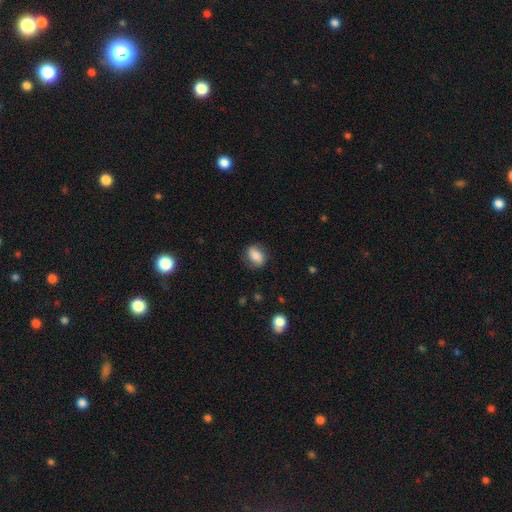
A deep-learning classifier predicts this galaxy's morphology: Q: Smooth or featured?
A: smooth (77%); runner-up: featured or disk (15%)
Q: How rounded?
A: in between (74%); runner-up: round (23%)
Q: Merging?
A: none (77%); runner-up: minor disturbance (17%)